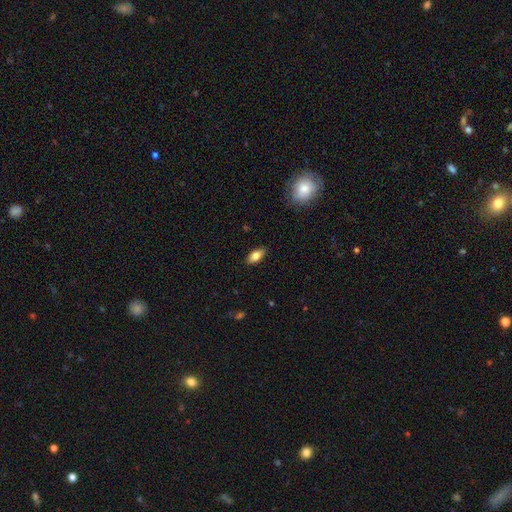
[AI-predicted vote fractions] Smooth or featured? smooth (78%)
How rounded? in between (87%)
Merging? none (87%)